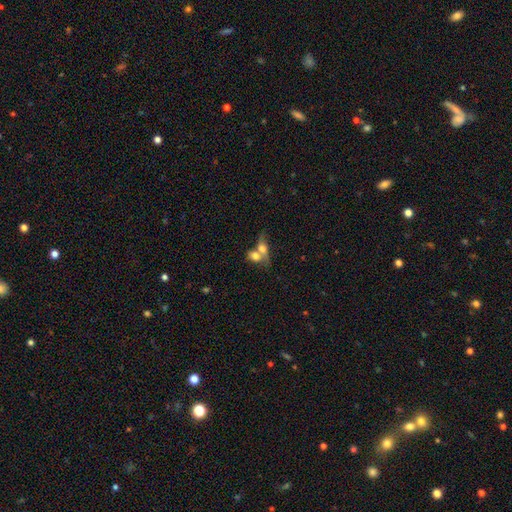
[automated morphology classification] This appears to be a smooth galaxy with no disk features (67%) that is in between round and cigar-shaped (62%). Merging: merger (75%).